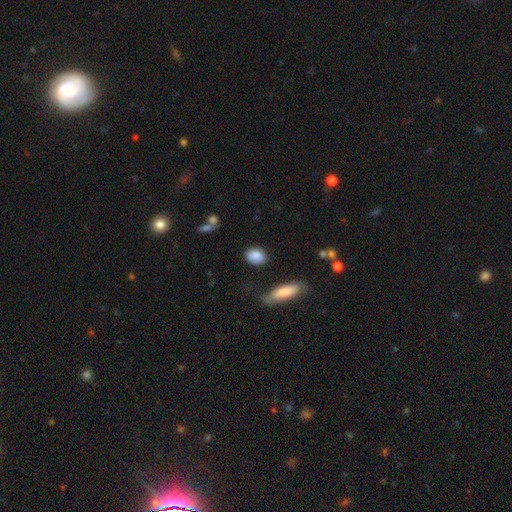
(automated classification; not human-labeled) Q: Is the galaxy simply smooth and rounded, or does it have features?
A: smooth — 86%.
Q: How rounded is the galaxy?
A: in between — 67%.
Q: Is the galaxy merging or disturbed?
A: none — 80%.